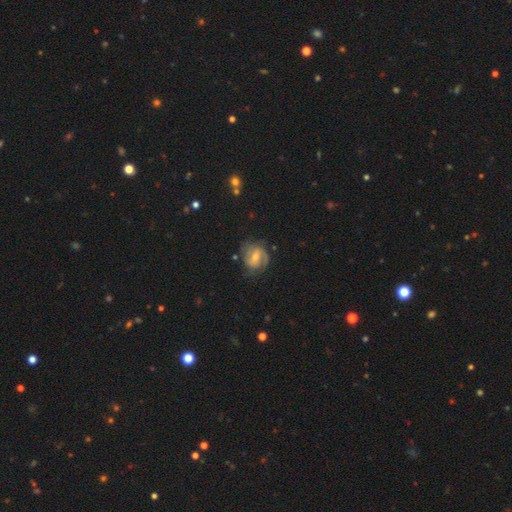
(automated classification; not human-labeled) Overall: featured or disk (76%). Edge-on disk: no (98%). Bar: weak (55%; no 27%). Spiral arms: yes (93%). Spiral arm count: 2 (66%). Spiral winding: medium (45%; tight 39%). Bulge size: moderate (50%; small 44%). Merging: none (73%).